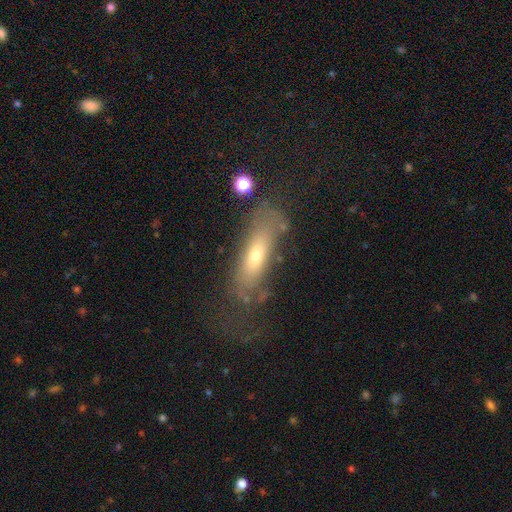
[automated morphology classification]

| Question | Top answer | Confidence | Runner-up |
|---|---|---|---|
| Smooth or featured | smooth | 45% | featured or disk (43%) |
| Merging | none | 46% | major disturbance (27%) |